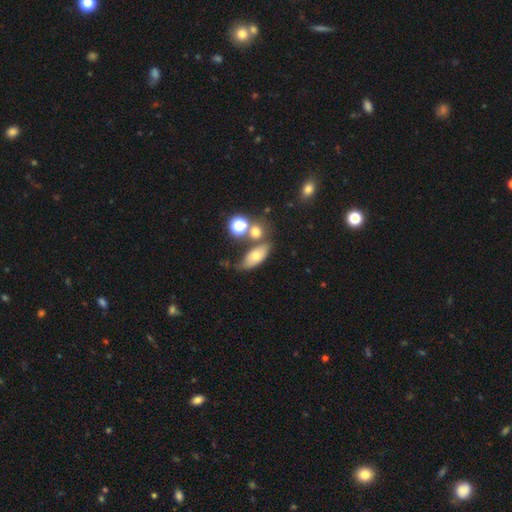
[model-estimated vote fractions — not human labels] smooth_or_featured: smooth (p=0.62) [alt: featured or disk p=0.26]
how_rounded: in between (p=0.79) [alt: round p=0.11]
merging: none (p=0.53) [alt: merger p=0.20]